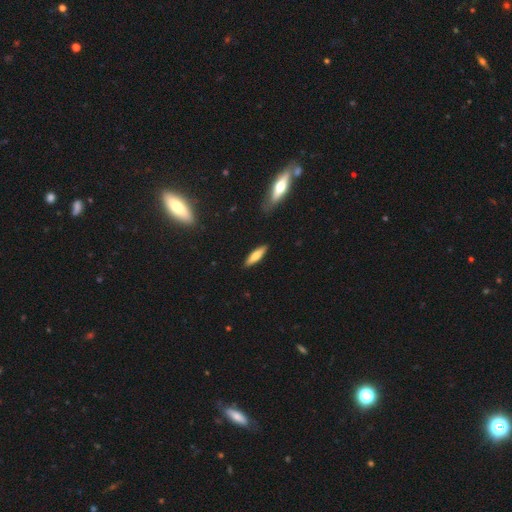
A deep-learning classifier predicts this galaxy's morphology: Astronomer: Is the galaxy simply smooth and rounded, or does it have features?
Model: smooth — 72%.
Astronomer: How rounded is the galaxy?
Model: cigar-shaped — 62%.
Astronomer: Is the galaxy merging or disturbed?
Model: none — 87%.